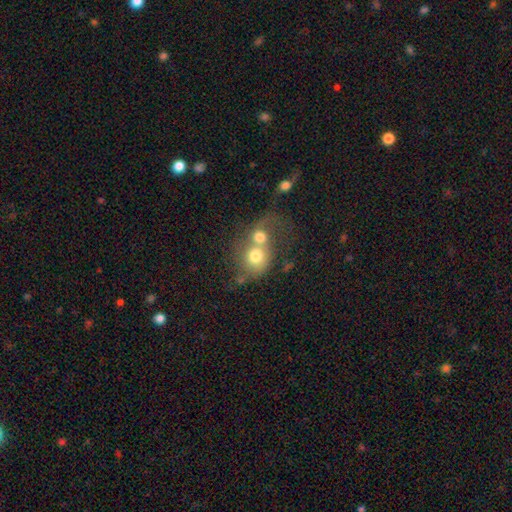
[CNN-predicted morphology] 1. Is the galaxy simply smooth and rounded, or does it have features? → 66% smooth, 23% featured or disk, 10% star or artifact.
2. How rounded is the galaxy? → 72% round, 27% in between, 1% cigar-shaped.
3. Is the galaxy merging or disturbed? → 71% merger, 16% none, 7% major disturbance, 6% minor disturbance.